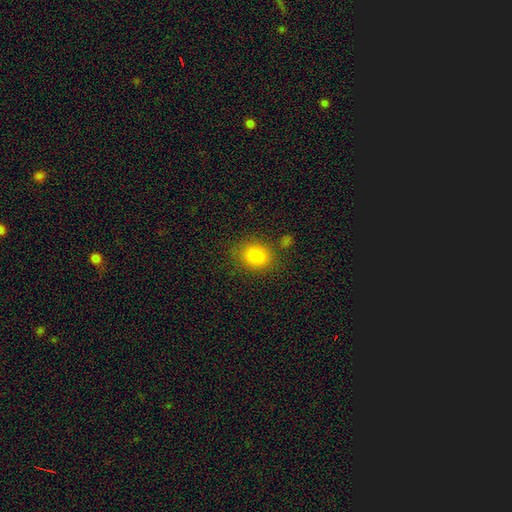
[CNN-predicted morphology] type=smooth (84%); roundness=in between (50%); merging=none (79%).